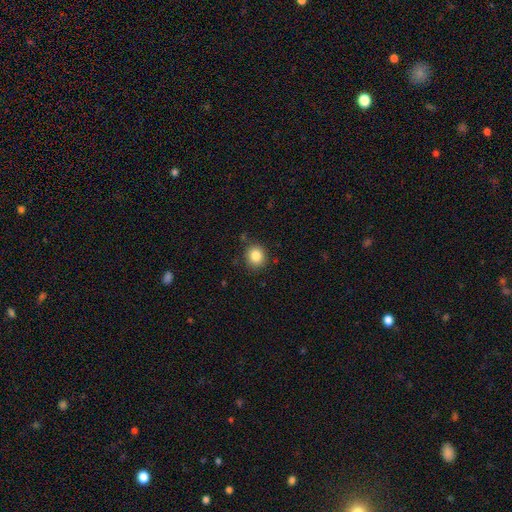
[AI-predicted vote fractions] smooth_or_featured: smooth (p=0.84) [alt: star or artifact p=0.11]
how_rounded: round (p=0.84) [alt: in between p=0.15]
merging: none (p=0.86) [alt: minor disturbance p=0.09]